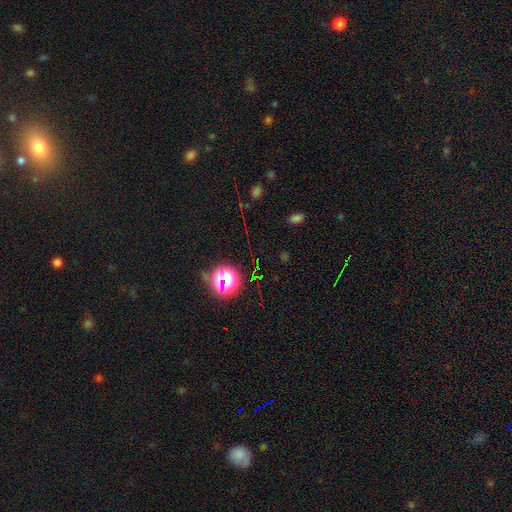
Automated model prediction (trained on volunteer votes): Smooth or featured? star or artifact (74%)